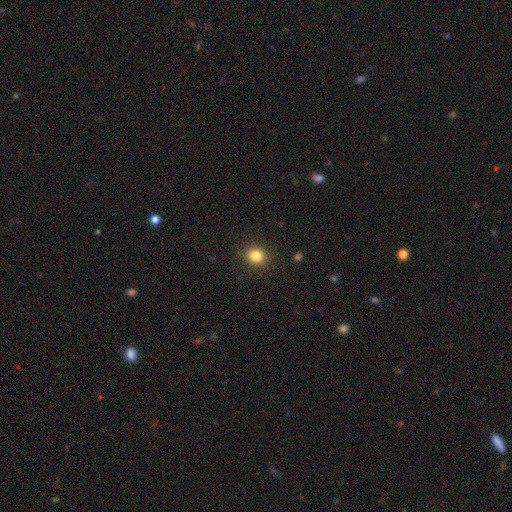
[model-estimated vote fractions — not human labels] A smooth galaxy with no disk features (83%) that is round (69%). Merging: none (88%).